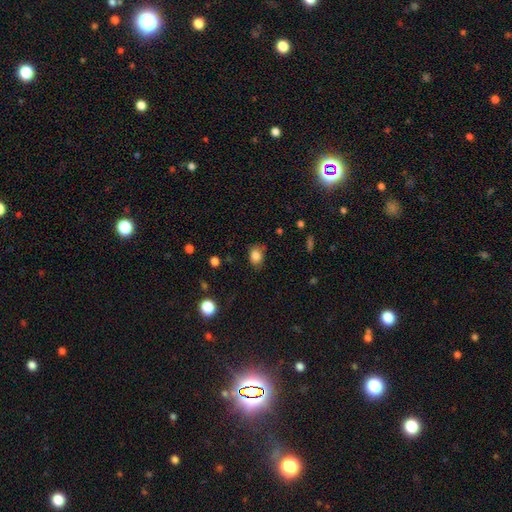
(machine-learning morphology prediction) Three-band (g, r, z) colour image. It shows a smooth galaxy with no disk features (84%) that is in between round and cigar-shaped (63%). Merging: none (74%).